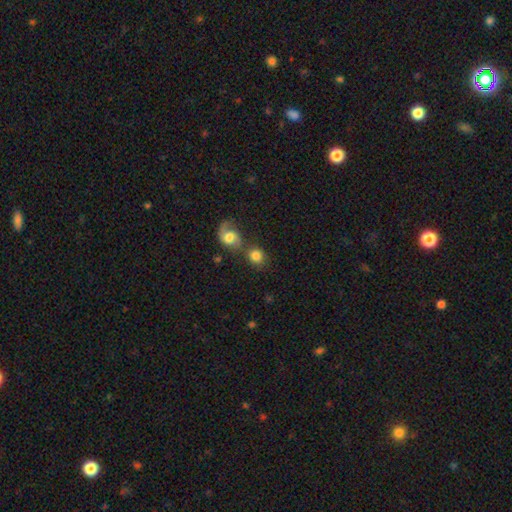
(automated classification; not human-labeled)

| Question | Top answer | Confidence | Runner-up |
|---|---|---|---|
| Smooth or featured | smooth | 79% | featured or disk (13%) |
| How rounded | round | 77% | in between (22%) |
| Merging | none | 51% | merger (33%) |